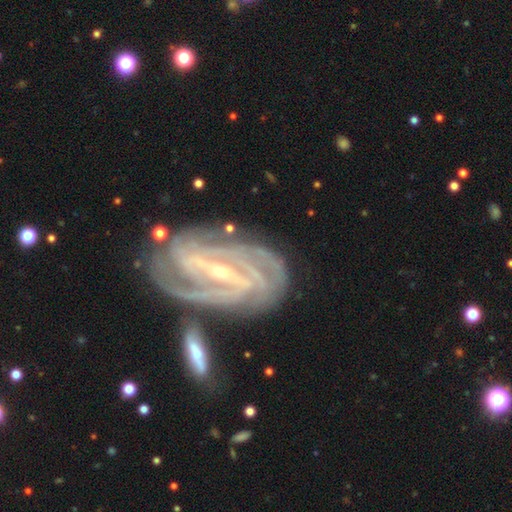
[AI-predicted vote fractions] Smooth or featured: featured or disk — 91% (star or artifact — 5%)
Edge-on disk: no — 95% (yes — 5%)
Bar: strong — 53% (weak — 33%)
Spiral arms: yes — 98% (no — 2%)
Spiral winding: tight — 73% (medium — 23%)
Spiral arm count: 2 — 31% (3 — 21%)
Bulge size: small — 76% (moderate — 20%)
Merging: none — 72% (minor disturbance — 13%)